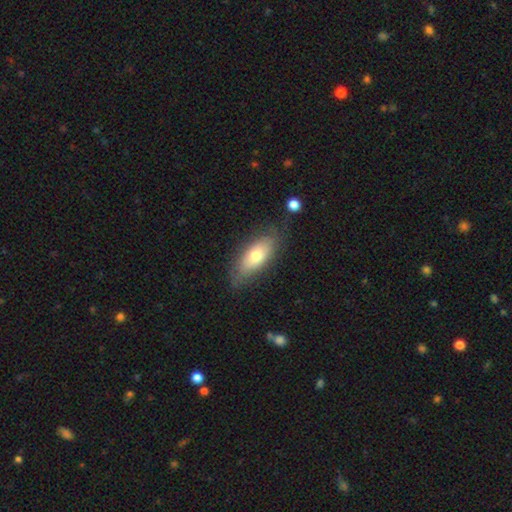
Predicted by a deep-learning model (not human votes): Smooth or featured?
  - smooth: 65% *
  - featured or disk: 28%
  - star or artifact: 7%
How rounded?
  - in between: 81% *
  - cigar-shaped: 16%
  - round: 3%
Merging?
  - none: 73% *
  - minor disturbance: 19%
  - major disturbance: 6%
  - merger: 2%